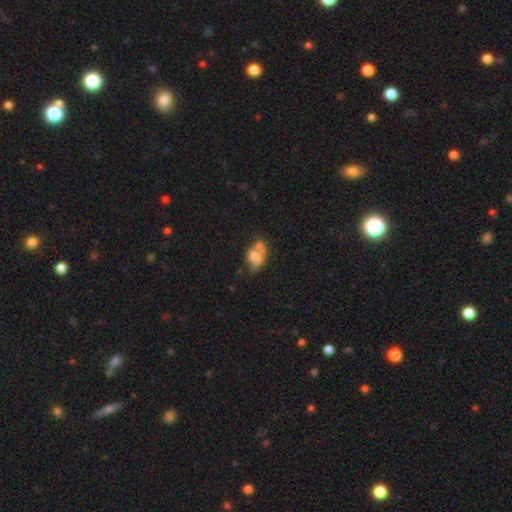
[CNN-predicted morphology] Smooth or featured? Predicted: smooth (p=0.54). How rounded? Predicted: in between (p=0.71). Merging? Predicted: merger (p=0.49).